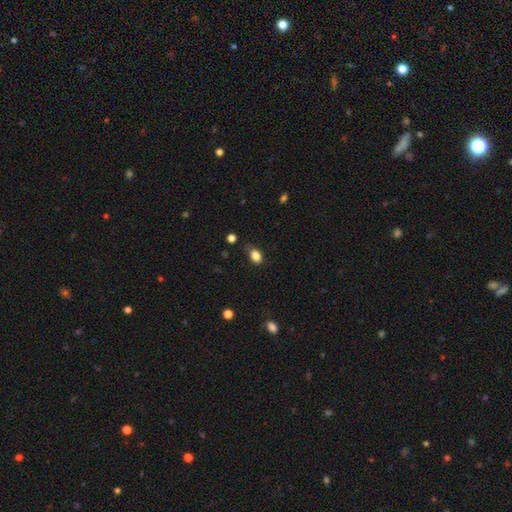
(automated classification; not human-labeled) A smooth galaxy with no disk features (84%) that is in between round and cigar-shaped (75%).

Vote fractions:
- Smooth or featured? smooth: 84% / star or artifact: 10% / featured or disk: 6%
- How rounded? in between: 75% / round: 23% / cigar-shaped: 2%
- Merging? none: 66% / minor disturbance: 26% / major disturbance: 6% / merger: 2%